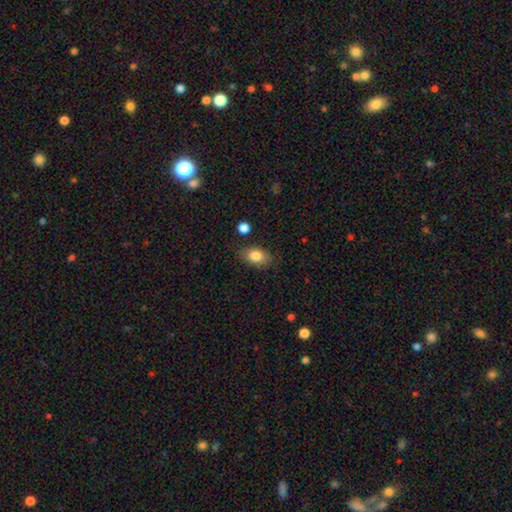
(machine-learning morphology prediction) The model was most divided on "merging": none: 79%, minor disturbance: 15%, major disturbance: 4%, merger: 2%. More confident: how rounded — in between (85%); smooth or featured — smooth (84%).